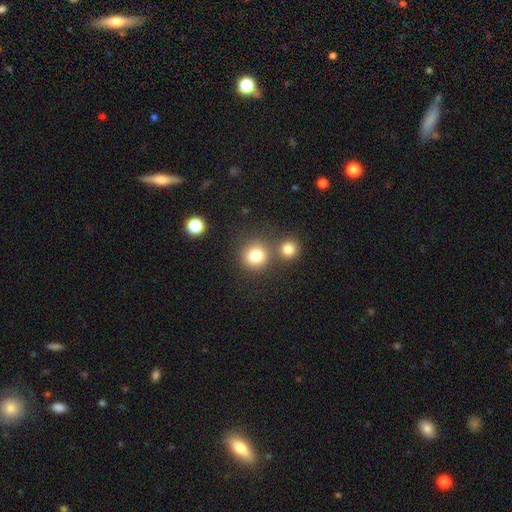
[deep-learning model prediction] The model was most divided on "merging": none: 68%, merger: 21%, minor disturbance: 8%, major disturbance: 3%. More confident: how rounded — round (90%); smooth or featured — smooth (81%).